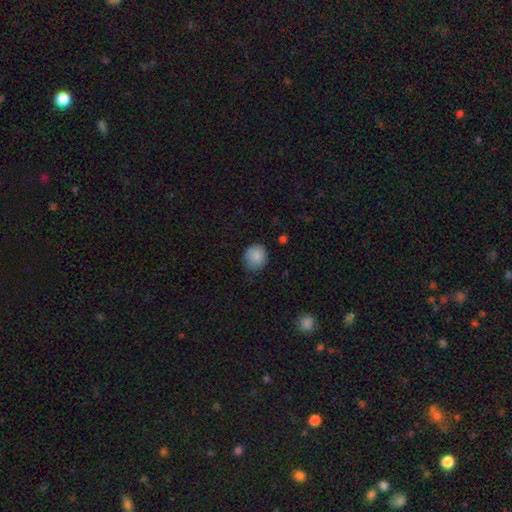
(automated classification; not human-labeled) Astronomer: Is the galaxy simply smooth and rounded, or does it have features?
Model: smooth — 88%.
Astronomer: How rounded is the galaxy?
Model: round — 87%.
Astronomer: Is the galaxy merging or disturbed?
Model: none — 78%.